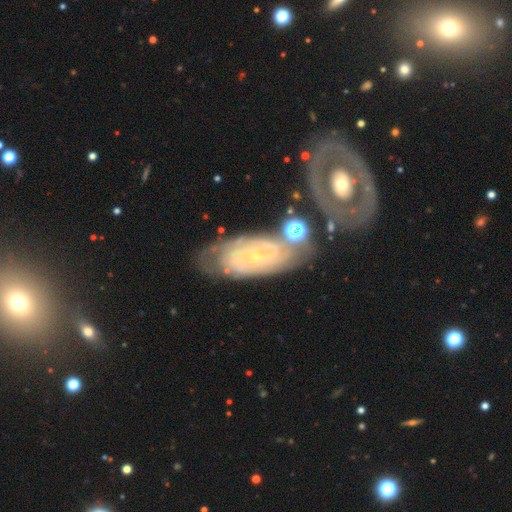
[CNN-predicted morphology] Smooth or featured: featured or disk — 83% (smooth — 11%)
Edge-on disk: no — 94% (yes — 6%)
Bar: no — 64% (weak — 28%)
Spiral arms: yes — 91% (no — 9%)
Spiral winding: tight — 70% (medium — 24%)
Spiral arm count: can't tell — 44% (2 — 30%)
Bulge size: small — 83% (moderate — 13%)
Merging: none — 62% (minor disturbance — 19%)